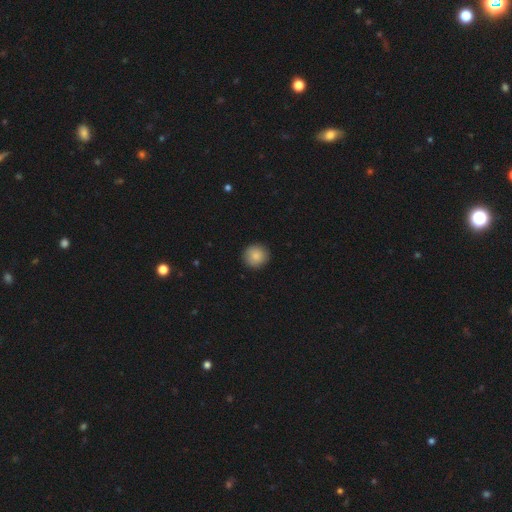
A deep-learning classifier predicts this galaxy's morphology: This appears to be a smooth galaxy with no disk features (87%) that is round (95%). Merging: none (91%).